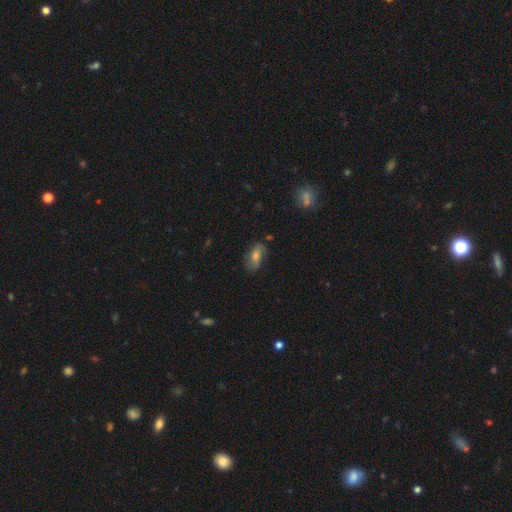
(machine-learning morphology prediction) Overall: smooth (49%; featured or disk 38%). Merging: none (71%).